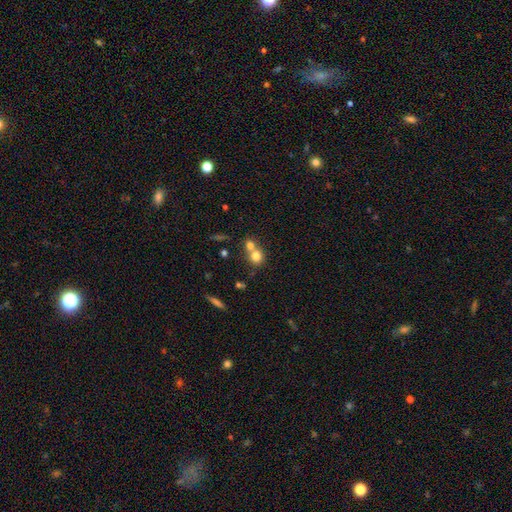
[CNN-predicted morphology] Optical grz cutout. It shows a smooth galaxy with no disk features (76%) that is round (78%). Merging: merger (58%).